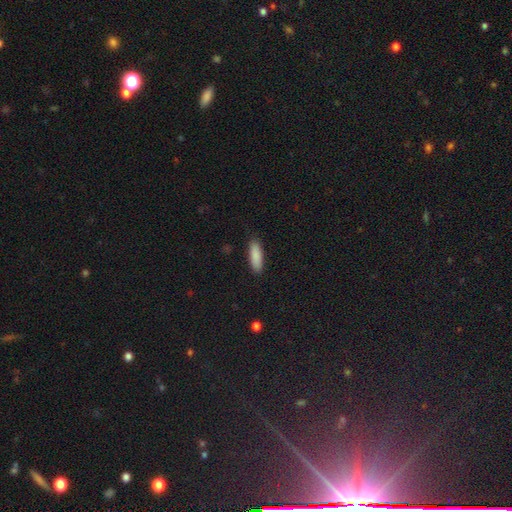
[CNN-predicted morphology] smooth_or_featured: smooth (p=0.89) [alt: star or artifact p=0.06]
how_rounded: in between (p=0.51) [alt: cigar-shaped p=0.47]
merging: none (p=0.88) [alt: minor disturbance p=0.09]